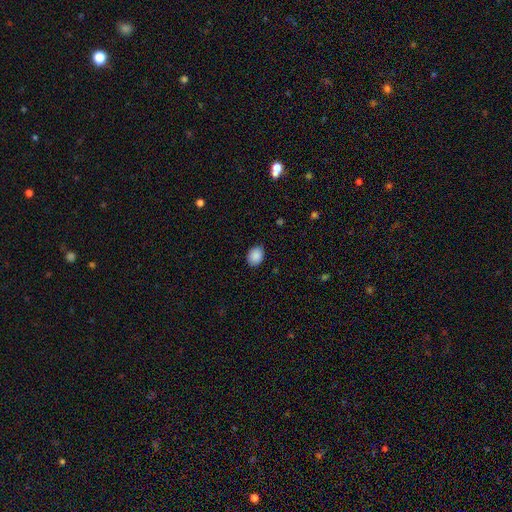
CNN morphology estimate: Q: Smooth or featured?
A: smooth (89%); runner-up: star or artifact (8%)
Q: How rounded?
A: in between (62%); runner-up: round (37%)
Q: Merging?
A: none (85%); runner-up: minor disturbance (11%)